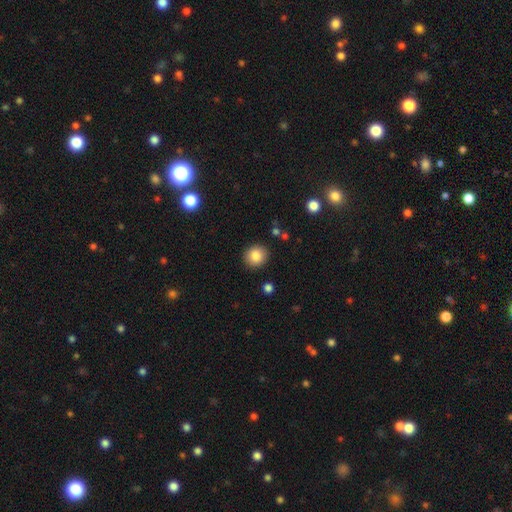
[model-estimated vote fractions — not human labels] smooth 85%, star or artifact 9%, featured or disk 6%. Down the decision tree: how rounded — round (85%); merging — none (90%).